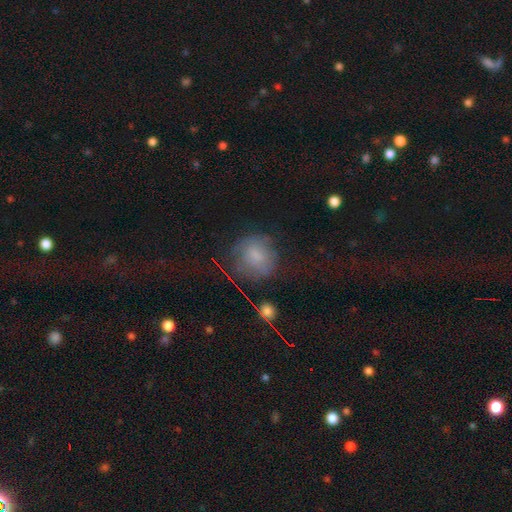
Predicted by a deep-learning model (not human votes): The model was most divided on "merging": none: 58%, minor disturbance: 23%, major disturbance: 16%, merger: 3%. More confident: how rounded — round (83%); smooth or featured — smooth (62%).